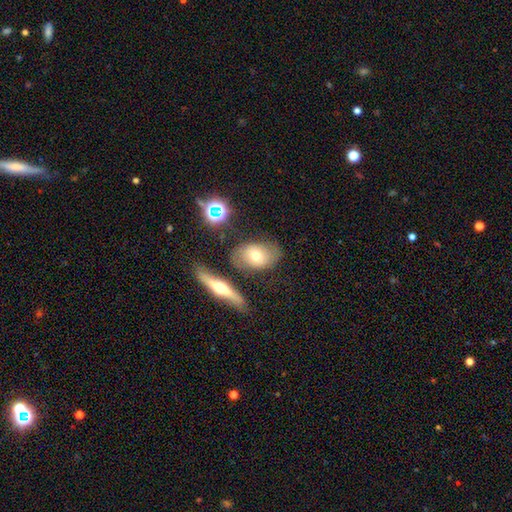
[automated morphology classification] Q: Smooth or featured?
A: smooth (57%); runner-up: featured or disk (33%)
Q: How rounded?
A: in between (81%); runner-up: round (17%)
Q: Merging?
A: none (70%); runner-up: minor disturbance (16%)